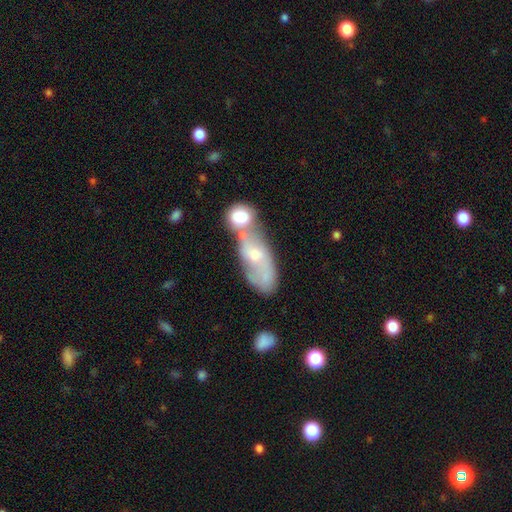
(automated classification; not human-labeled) Smooth or featured: featured or disk — 54% (smooth — 38%)
Edge-on disk: no — 89% (yes — 11%)
Merging: merger — 55% (none — 24%)